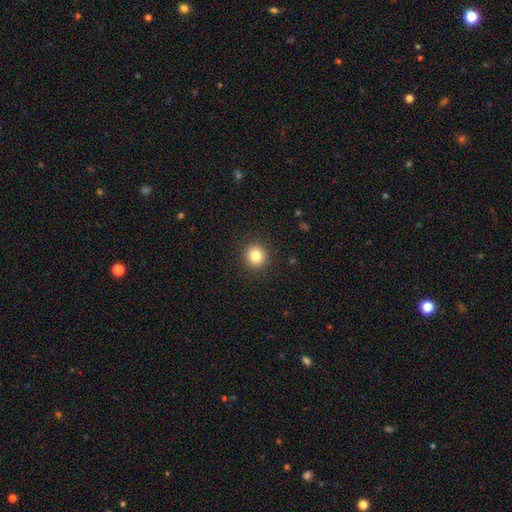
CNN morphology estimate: The model was most divided on "smooth or featured": smooth: 82%, star or artifact: 11%, featured or disk: 6%. More confident: how rounded — round (92%); merging — none (92%).